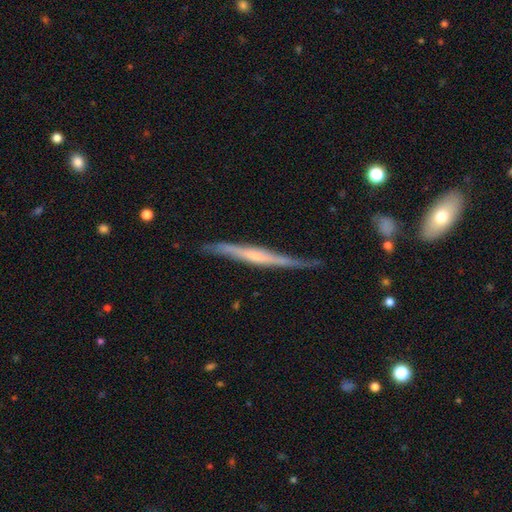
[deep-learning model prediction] smooth_or_featured: featured or disk (p=0.68) [alt: smooth p=0.27]
disk_edge_on: yes (p=0.95) [alt: no p=0.05]
edge_on_bulge: none (p=0.48) [alt: rounded p=0.34]
merging: none (p=0.72) [alt: minor disturbance p=0.21]